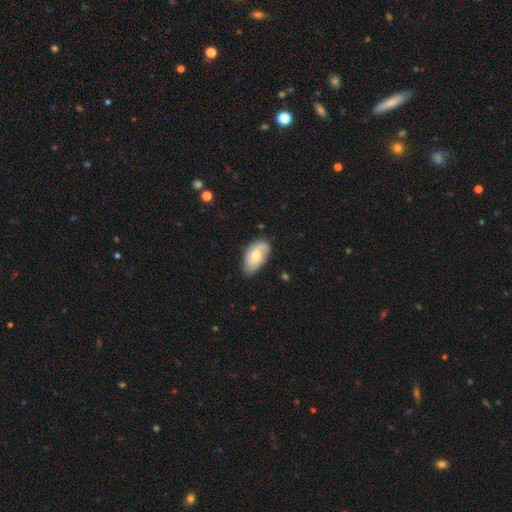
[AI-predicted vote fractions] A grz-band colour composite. It shows a featured or disk galaxy (52%). Merging: none (62%).